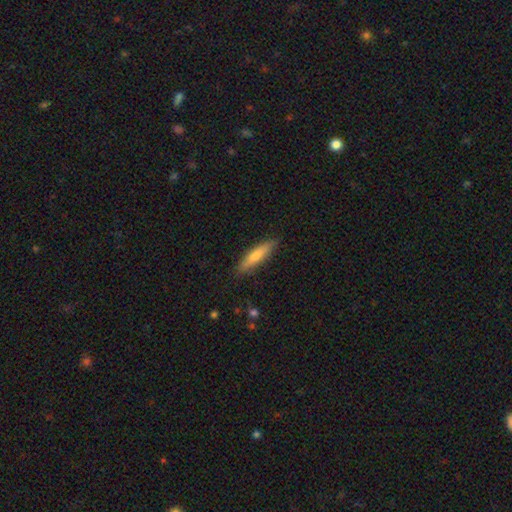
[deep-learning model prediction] Q: Smooth or featured?
A: smooth (65%); runner-up: featured or disk (29%)
Q: How rounded?
A: cigar-shaped (80%); runner-up: in between (18%)
Q: Merging?
A: none (87%); runner-up: minor disturbance (10%)